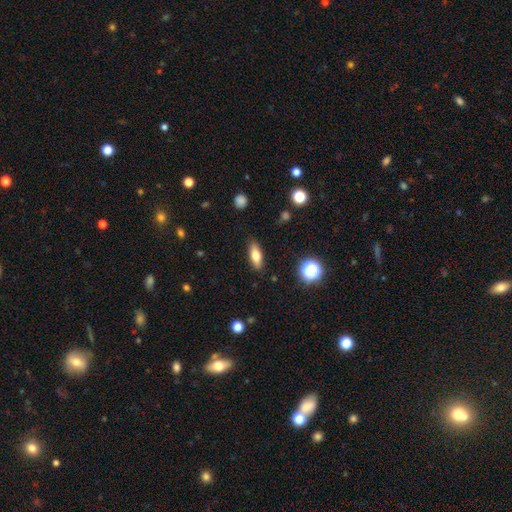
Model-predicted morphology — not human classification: Smooth or featured: smooth — 71% (featured or disk — 20%)
How rounded: in between — 66% (cigar-shaped — 29%)
Merging: none — 87% (minor disturbance — 9%)